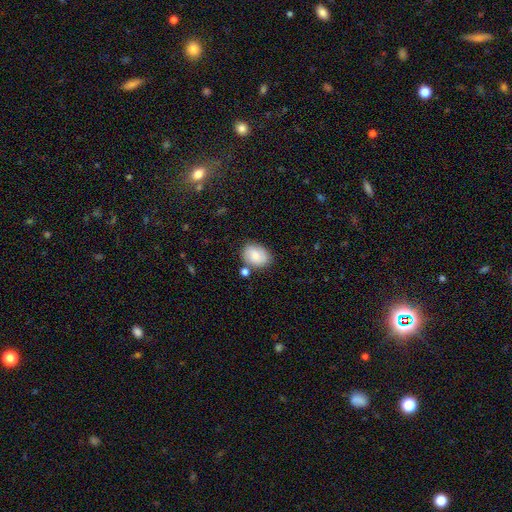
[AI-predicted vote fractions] smooth_or_featured: smooth (p=0.67) [alt: featured or disk p=0.24]
how_rounded: in between (p=0.63) [alt: round p=0.36]
merging: none (p=0.67) [alt: minor disturbance p=0.18]